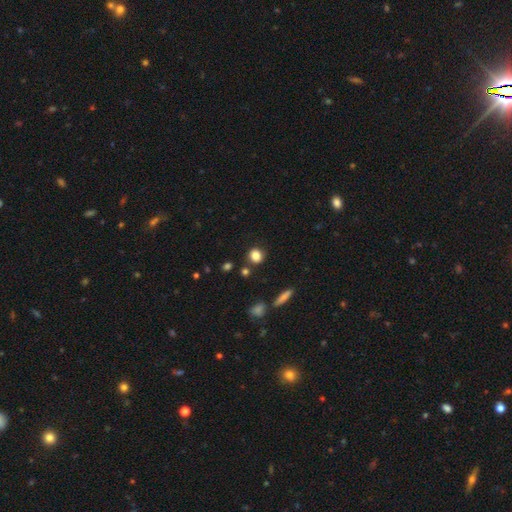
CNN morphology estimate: This appears to be a smooth galaxy with no disk features (84%) that is round (77%). Merging: none (83%).